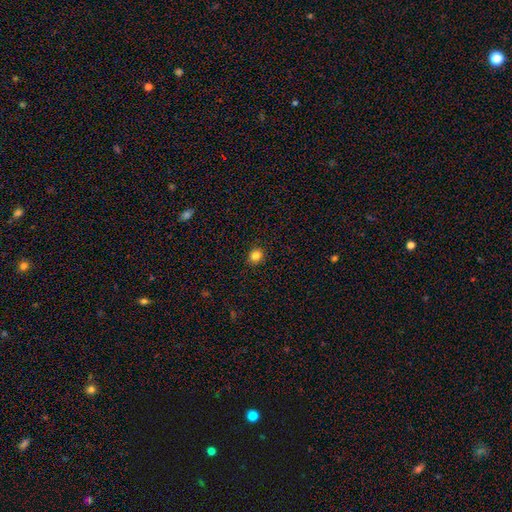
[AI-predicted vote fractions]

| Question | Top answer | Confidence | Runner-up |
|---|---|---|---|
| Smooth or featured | smooth | 83% | star or artifact (13%) |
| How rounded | round | 83% | in between (16%) |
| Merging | none | 90% | minor disturbance (7%) |